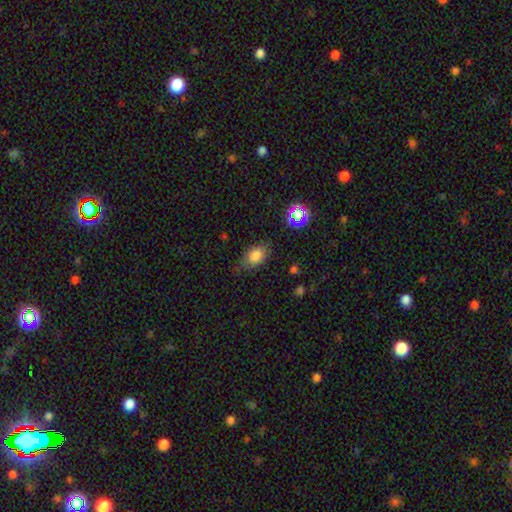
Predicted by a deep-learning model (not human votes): A smooth galaxy with no disk features (78%) that is in between round and cigar-shaped (82%). Merging: none (69%).